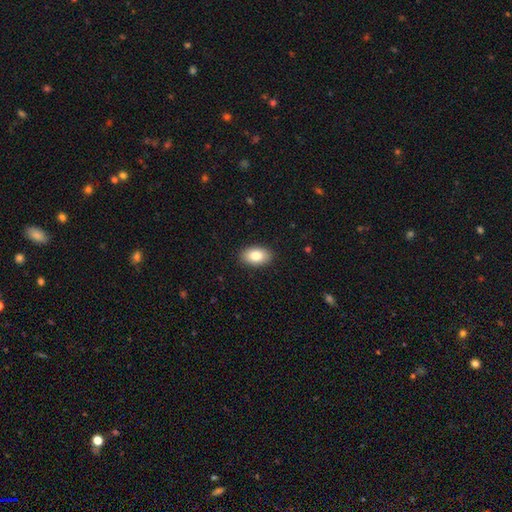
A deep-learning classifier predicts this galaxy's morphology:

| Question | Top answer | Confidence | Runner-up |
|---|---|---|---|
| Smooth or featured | smooth | 85% | featured or disk (8%) |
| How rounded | in between | 92% | round (6%) |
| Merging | none | 89% | minor disturbance (8%) |